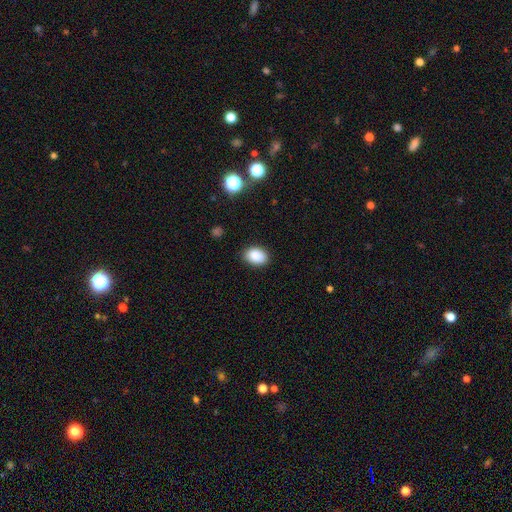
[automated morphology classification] smooth 87%, star or artifact 8%, featured or disk 4%. Down the decision tree: how rounded — in between (77%); merging — none (84%).